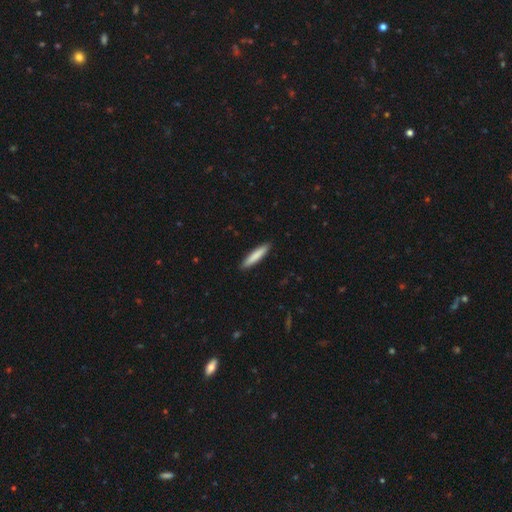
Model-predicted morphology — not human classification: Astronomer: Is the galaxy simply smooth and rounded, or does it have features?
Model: smooth — 82%.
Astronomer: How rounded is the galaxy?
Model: cigar-shaped — 90%.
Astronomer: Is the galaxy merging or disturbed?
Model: none — 91%.